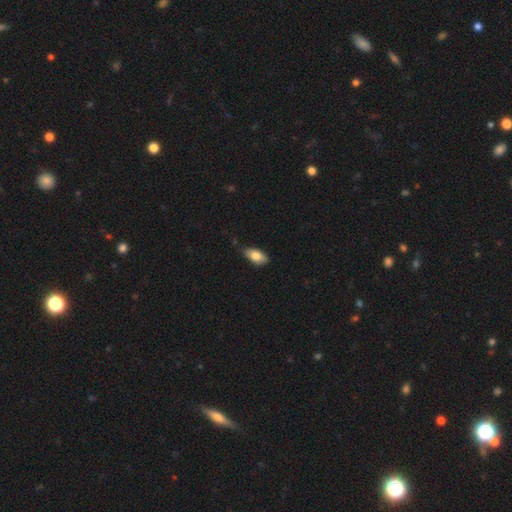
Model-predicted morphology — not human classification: Overall: smooth (77%). How rounded: in between (89%). Merging: none (72%).